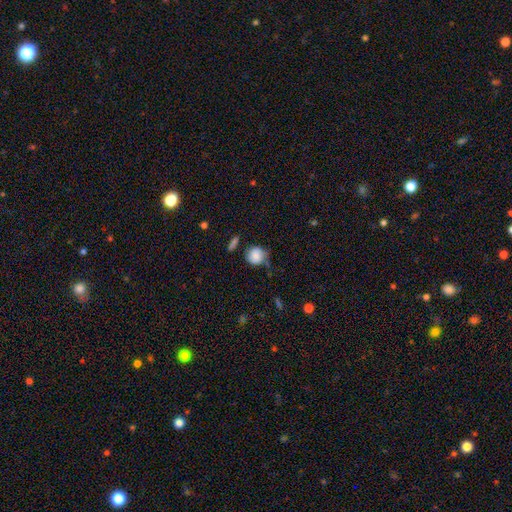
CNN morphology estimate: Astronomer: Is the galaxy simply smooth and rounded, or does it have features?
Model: smooth — 83%.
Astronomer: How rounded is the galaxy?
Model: round — 86%.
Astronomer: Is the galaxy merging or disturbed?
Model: none — 60%.